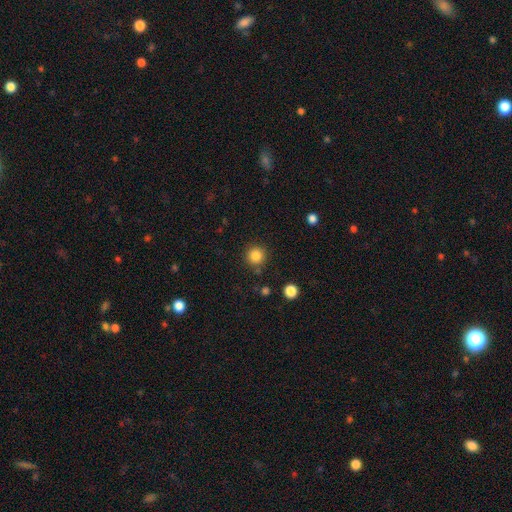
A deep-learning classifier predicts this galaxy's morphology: A smooth galaxy with no disk features (84%) that is round (94%). Merging: none (86%).